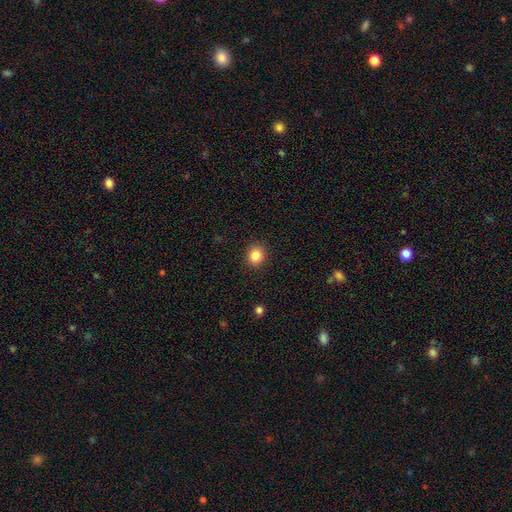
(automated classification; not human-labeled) This is clearly a smooth galaxy (84%). How rounded: likely round (77%). Merging: clearly none (90%).